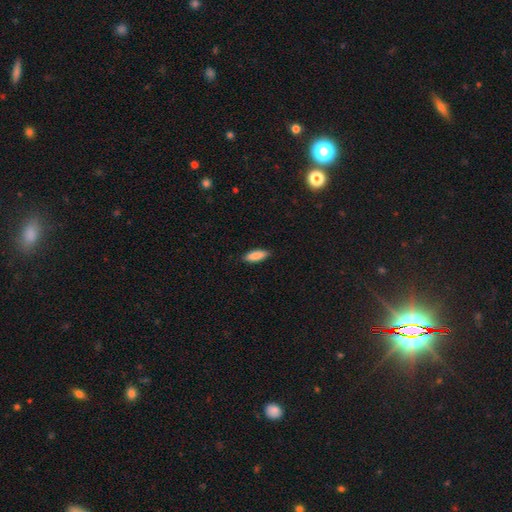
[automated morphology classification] Overall: smooth (89%). How rounded: in between (66%; cigar-shaped 32%). Merging: none (88%).